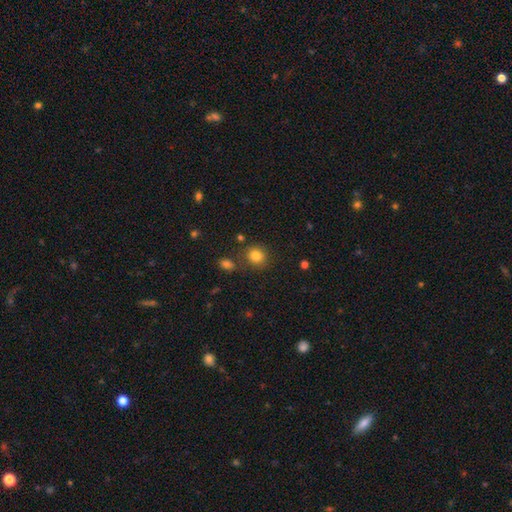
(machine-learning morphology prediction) Smooth or featured? smooth (83%)
How rounded? round (83%)
Merging? none (79%)